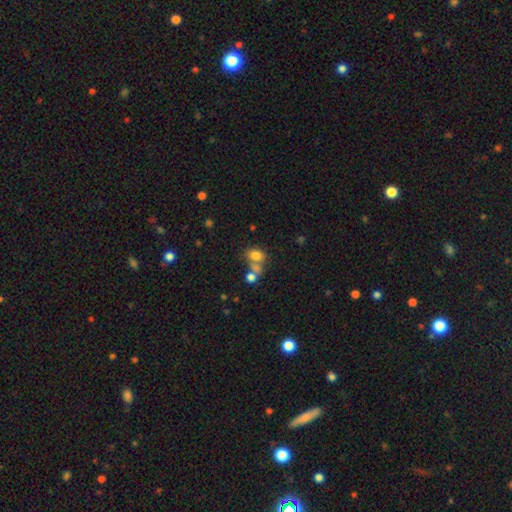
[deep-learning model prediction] The model was most divided on "merging" (2-way tie): merger: 40%, none: 40%, minor disturbance: 13%, major disturbance: 8%. More confident: smooth or featured — smooth (75%); how rounded — in between (66%).